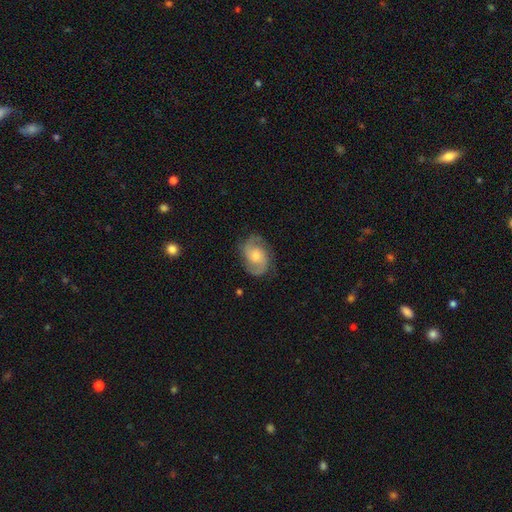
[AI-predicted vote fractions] Q: Smooth or featured?
A: featured or disk (84%); runner-up: smooth (10%)
Q: Edge-on disk?
A: no (98%); runner-up: yes (2%)
Q: Bar?
A: no (63%); runner-up: weak (32%)
Q: Spiral arms?
A: yes (97%); runner-up: no (3%)
Q: Spiral winding?
A: medium (53%); runner-up: tight (29%)
Q: Spiral arm count?
A: 2 (88%); runner-up: can't tell (4%)
Q: Bulge size?
A: moderate (55%); runner-up: small (33%)
Q: Merging?
A: none (81%); runner-up: minor disturbance (14%)